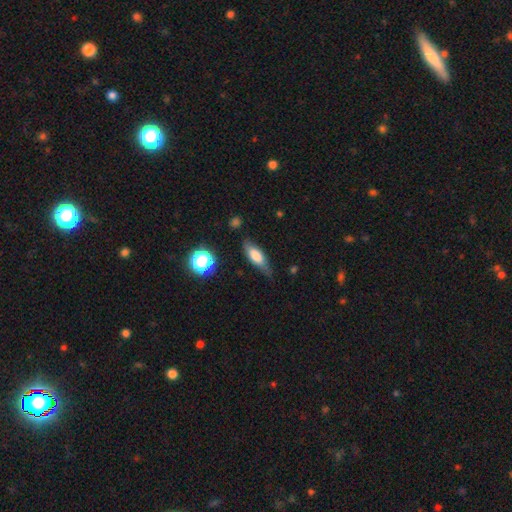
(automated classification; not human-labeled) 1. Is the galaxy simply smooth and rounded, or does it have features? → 65% smooth, 27% featured or disk, 8% star or artifact.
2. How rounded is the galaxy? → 60% in between, 36% cigar-shaped, 4% round.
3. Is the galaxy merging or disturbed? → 69% none, 23% minor disturbance, 6% major disturbance, 2% merger.